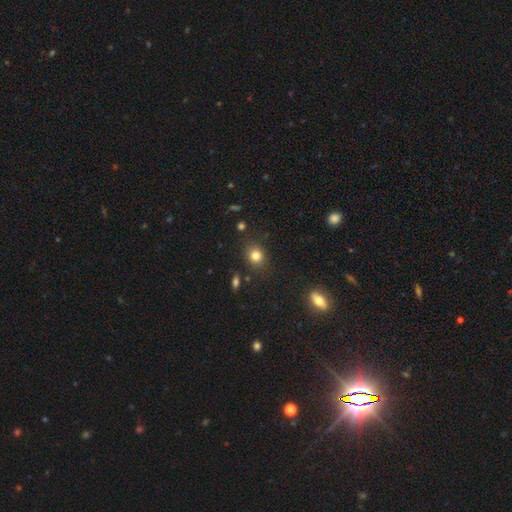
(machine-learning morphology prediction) Q: Smooth or featured?
A: smooth (81%); runner-up: star or artifact (13%)
Q: How rounded?
A: round (69%); runner-up: in between (30%)
Q: Merging?
A: none (83%); runner-up: minor disturbance (11%)